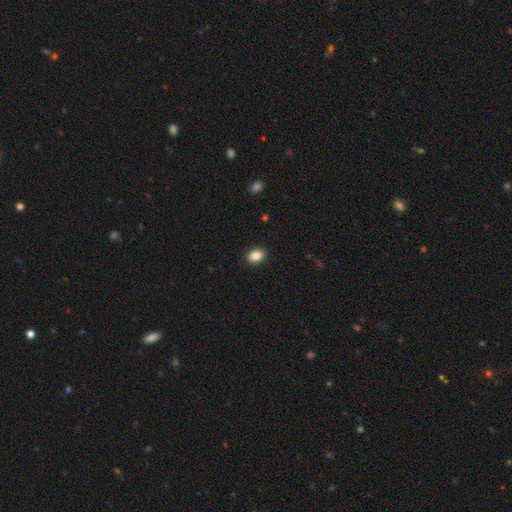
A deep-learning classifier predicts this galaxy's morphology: The model was most divided on "how rounded": in between: 58%, round: 41%, cigar-shaped: 1%. More confident: merging — none (90%); smooth or featured — smooth (87%).